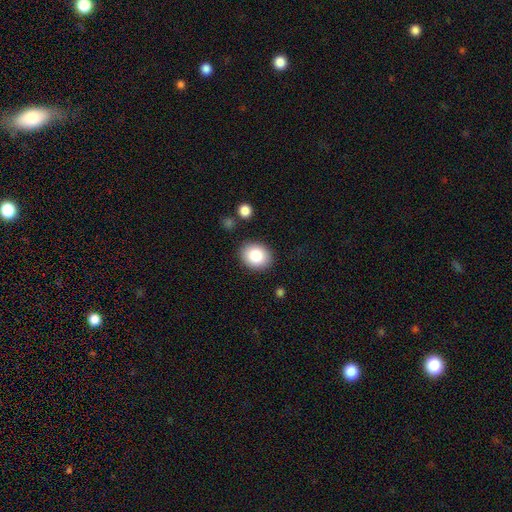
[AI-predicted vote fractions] smooth-or-featured: smooth: 86% | star or artifact: 8% | featured or disk: 6%
  how-rounded: round: 52% | in between: 47% | cigar-shaped: 1%
  merging: none: 87% | minor disturbance: 9% | major disturbance: 3% | merger: 2%